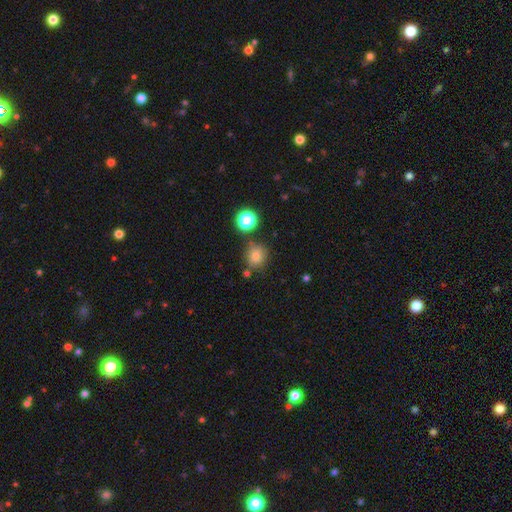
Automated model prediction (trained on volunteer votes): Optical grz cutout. It shows a smooth galaxy with no disk features (76%) that is round (77%). Merging: none (75%).